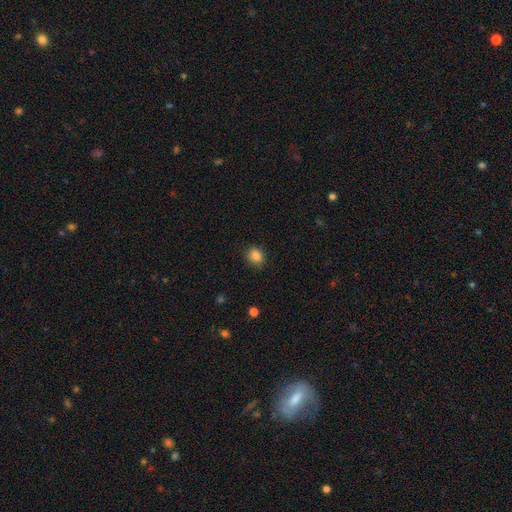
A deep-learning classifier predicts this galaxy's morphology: smooth_or_featured: smooth (p=0.86) [alt: star or artifact p=0.10]
how_rounded: round (p=0.63) [alt: in between p=0.36]
merging: none (p=0.84) [alt: minor disturbance p=0.12]